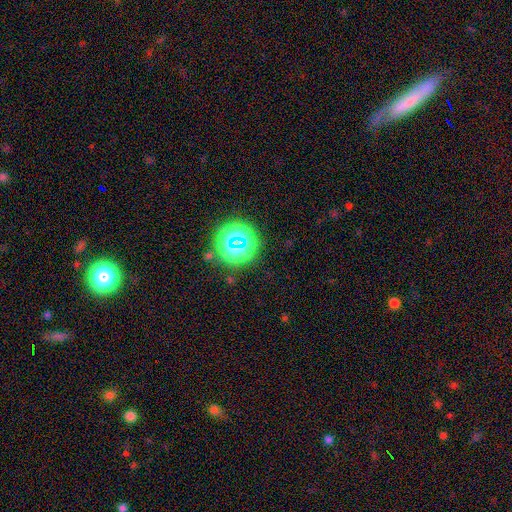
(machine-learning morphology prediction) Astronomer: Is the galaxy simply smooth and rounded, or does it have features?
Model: star or artifact — 72%.